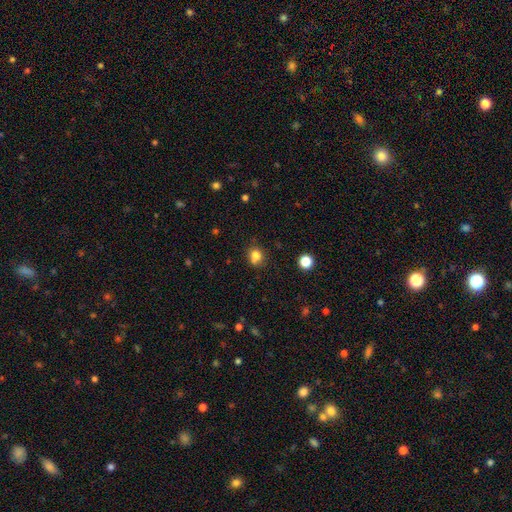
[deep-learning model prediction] Q: Smooth or featured?
A: smooth (78%); runner-up: star or artifact (13%)
Q: How rounded?
A: round (74%); runner-up: in between (25%)
Q: Merging?
A: none (63%); runner-up: minor disturbance (19%)